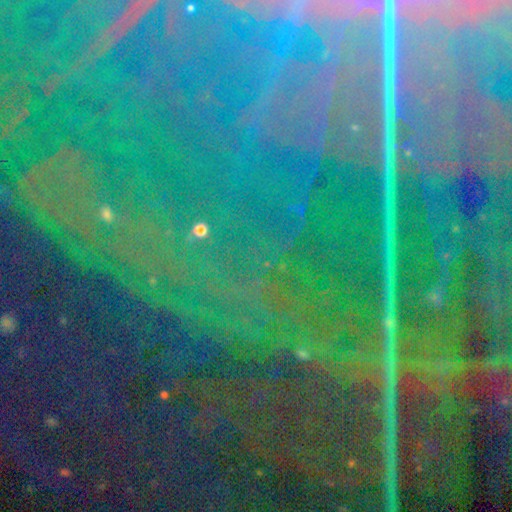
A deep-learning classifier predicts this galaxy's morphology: This appears to be a star or artifact, not a galaxy (87%).